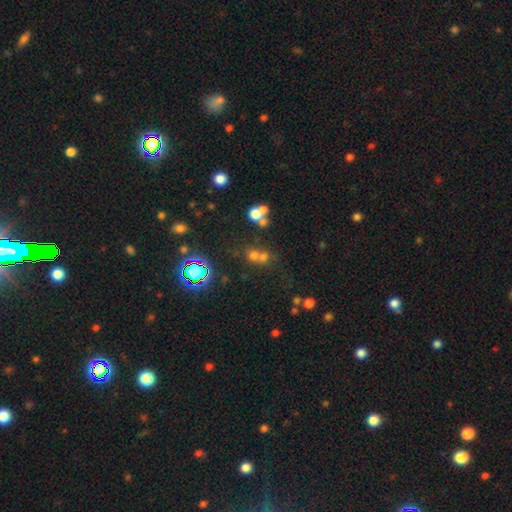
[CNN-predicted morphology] A smooth galaxy with no disk features (46%). Merging: none (45%).